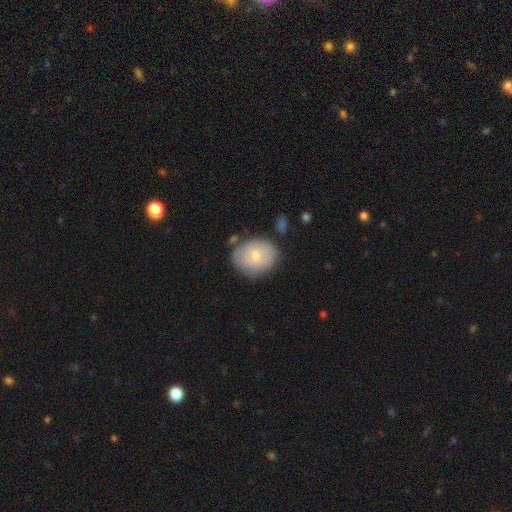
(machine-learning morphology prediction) A smooth galaxy with no disk features (65%) that is in between round and cigar-shaped (50%).

Vote fractions:
- Smooth or featured? smooth: 65% / featured or disk: 29% / star or artifact: 6%
- How rounded? in between: 50% / round: 49% / cigar-shaped: 1%
- Merging? none: 70% / minor disturbance: 19% / merger: 6% / major disturbance: 5%